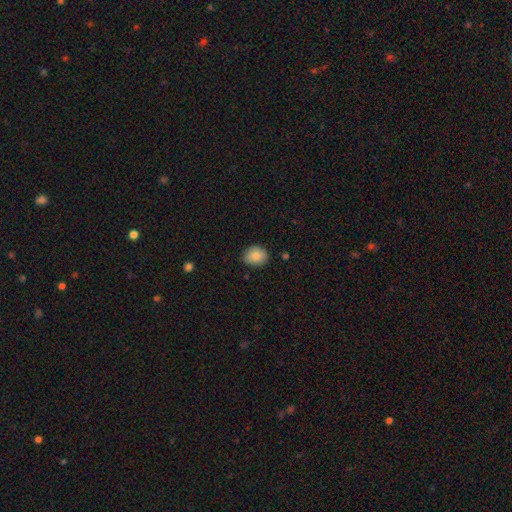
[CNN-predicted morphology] Q: Smooth or featured?
A: smooth (87%); runner-up: star or artifact (8%)
Q: How rounded?
A: round (55%); runner-up: in between (44%)
Q: Merging?
A: none (82%); runner-up: minor disturbance (14%)